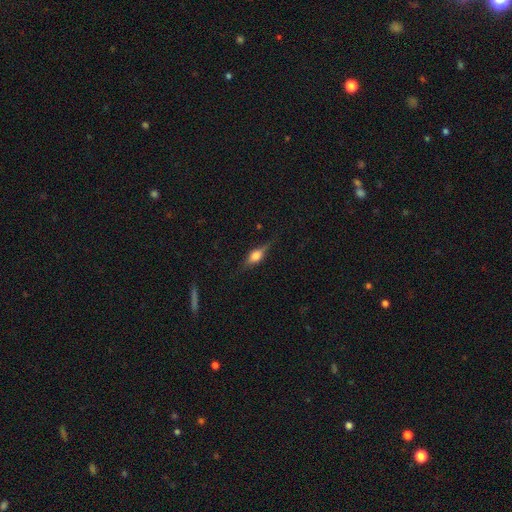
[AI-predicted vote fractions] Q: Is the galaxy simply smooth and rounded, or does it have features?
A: featured or disk — 63%.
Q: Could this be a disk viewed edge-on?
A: yes — 96%.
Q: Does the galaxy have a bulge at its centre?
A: rounded — 90%.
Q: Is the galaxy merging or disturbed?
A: none — 81%.